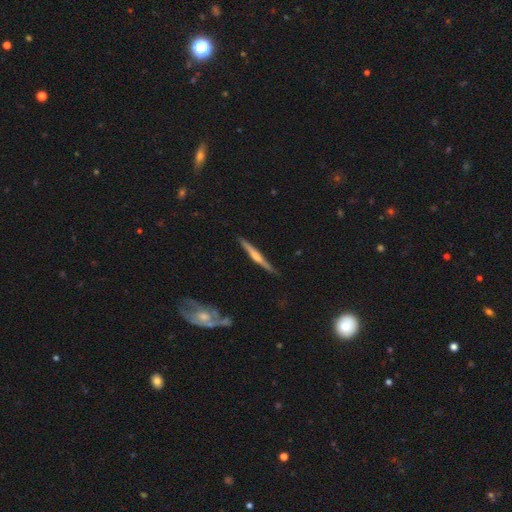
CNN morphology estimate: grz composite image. It shows a featured or disk galaxy (66%) viewed edge-on (97%) with a rounded central bulge (63%). Merging: none (84%).